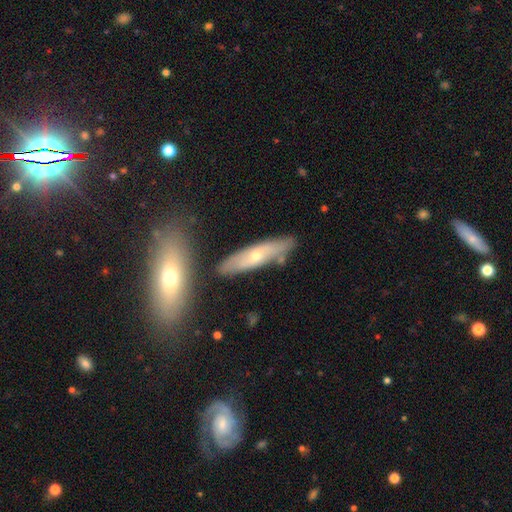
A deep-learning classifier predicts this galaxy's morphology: Smooth or featured: featured or disk — 50% (smooth — 43%)
Edge-on disk: yes — 55% (no — 45%)
Merging: none — 76% (minor disturbance — 14%)